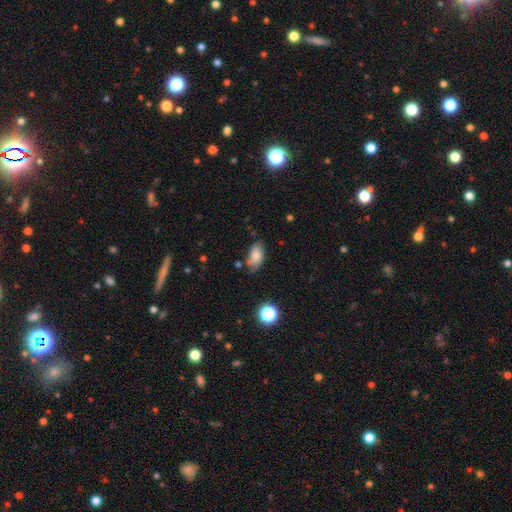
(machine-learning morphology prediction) A smooth galaxy with no disk features (80%) that is in between round and cigar-shaped (91%).

Vote fractions:
- Smooth or featured? smooth: 80% / featured or disk: 11% / star or artifact: 9%
- How rounded? in between: 91% / round: 5% / cigar-shaped: 4%
- Merging? none: 67% / minor disturbance: 24% / merger: 5% / major disturbance: 5%